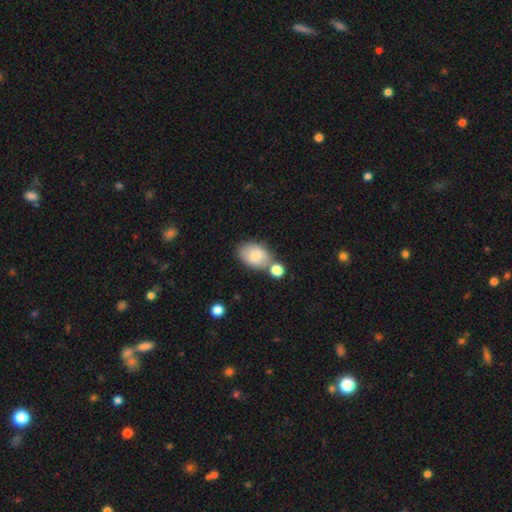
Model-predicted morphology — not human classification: A smooth galaxy with no disk features (81%) that is in between round and cigar-shaped (86%). Merging: none (56%).